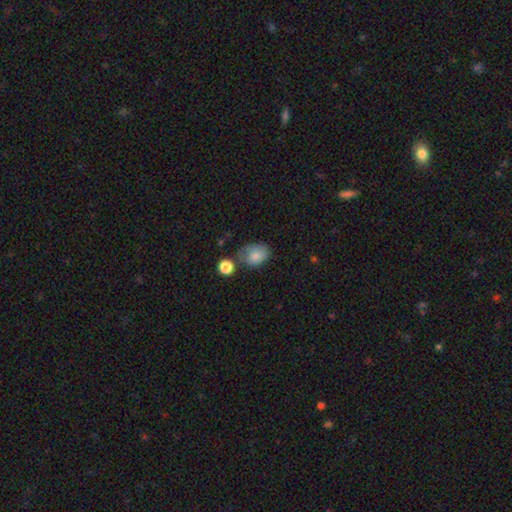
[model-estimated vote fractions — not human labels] smooth 75%, featured or disk 16%, star or artifact 9%. Down the decision tree: how rounded — in between (70%); merging — none (45%).